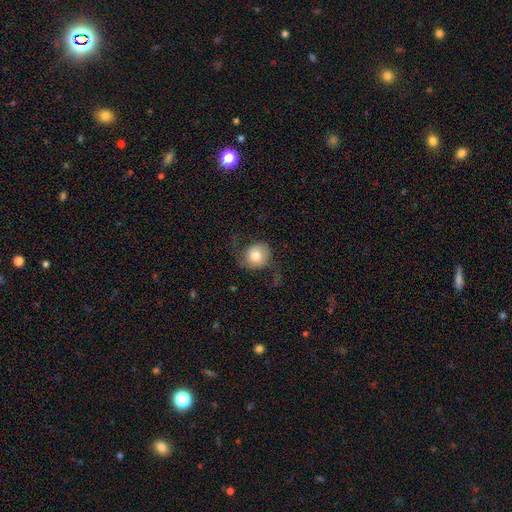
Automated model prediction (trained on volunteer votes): This appears to be a smooth galaxy with no disk features (63%) that is round (79%). Merging: none (52%).